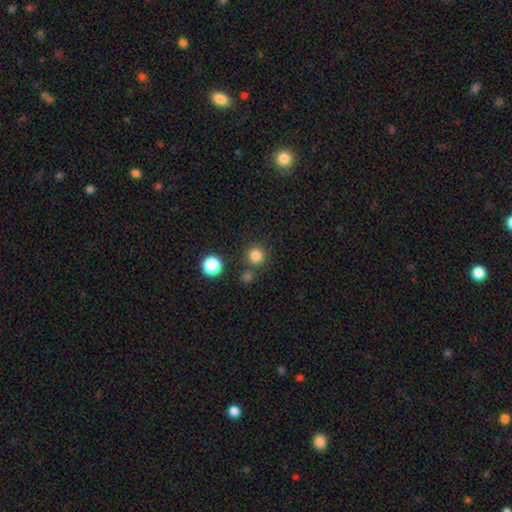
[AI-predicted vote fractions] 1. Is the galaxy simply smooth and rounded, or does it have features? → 81% smooth, 14% star or artifact, 5% featured or disk.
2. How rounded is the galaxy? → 94% round, 5% in between, 1% cigar-shaped.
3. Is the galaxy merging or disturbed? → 81% none, 9% merger, 7% minor disturbance, 3% major disturbance.